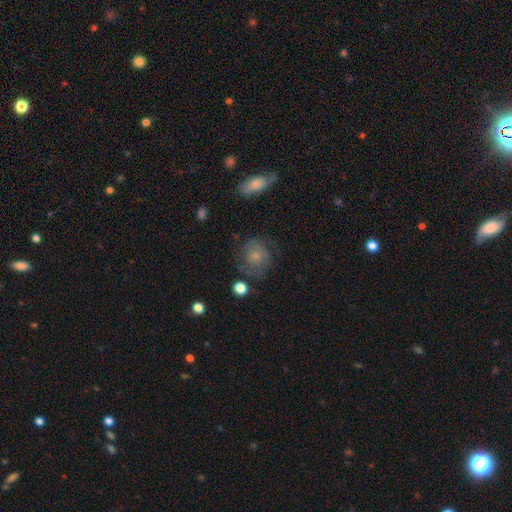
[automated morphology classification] type=smooth (52%); roundness=round (78%); merging=none (67%).